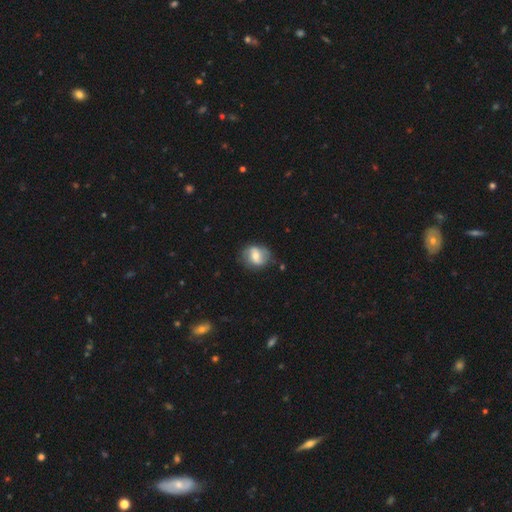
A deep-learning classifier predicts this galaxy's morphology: This appears to be a featured or disk galaxy (53%) with a weak bar (42%), spiral arms (72%) and a moderate central bulge (62%). Merging: none (74%).